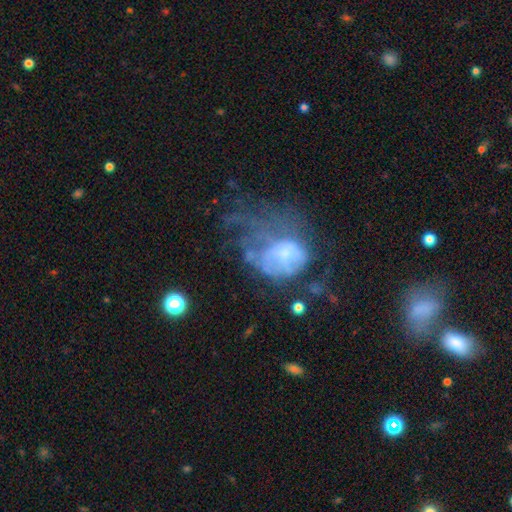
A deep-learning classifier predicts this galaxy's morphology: Q: Smooth or featured?
A: featured or disk (51%); runner-up: smooth (29%)
Q: Edge-on disk?
A: no (96%); runner-up: yes (4%)
Q: Merging?
A: major disturbance (46%); runner-up: none (26%)